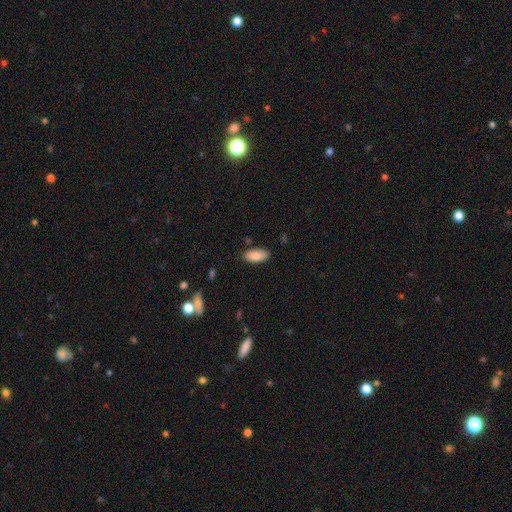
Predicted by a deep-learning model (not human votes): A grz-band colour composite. It shows a smooth galaxy with no disk features (87%) that is in between round and cigar-shaped (89%). Merging: none (85%).